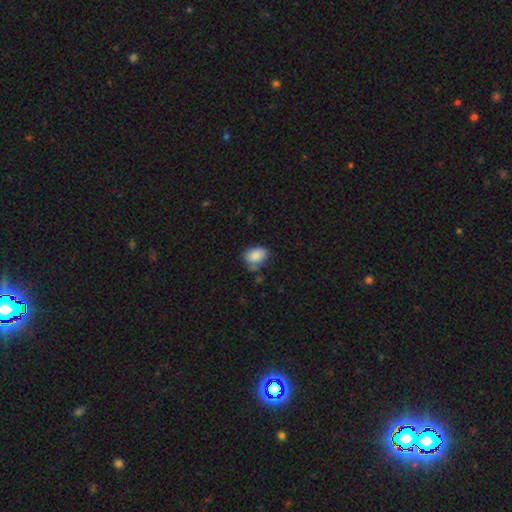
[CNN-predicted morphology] A smooth galaxy with no disk features (84%) that is in between round and cigar-shaped (74%). Merging: none (61%).